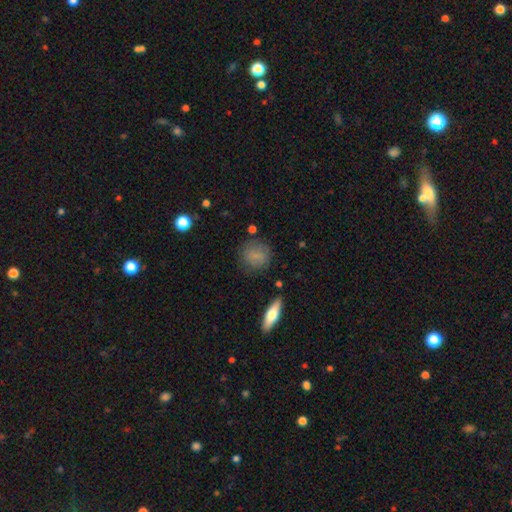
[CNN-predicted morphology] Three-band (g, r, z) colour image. It shows a smooth galaxy with no disk features (77%) that is round (77%). Merging: none (75%).